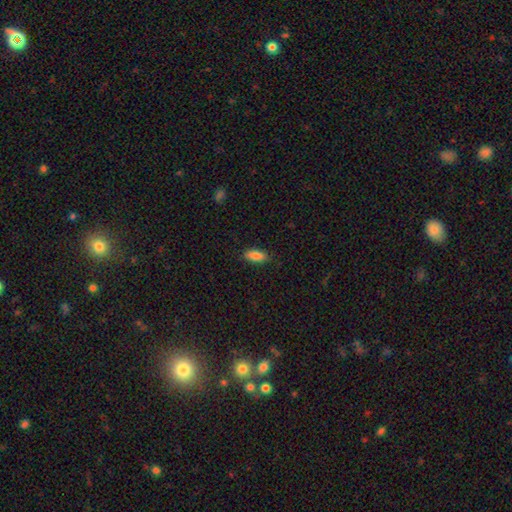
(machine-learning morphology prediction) Q: Smooth or featured?
A: smooth (83%); runner-up: featured or disk (10%)
Q: How rounded?
A: in between (79%); runner-up: cigar-shaped (19%)
Q: Merging?
A: none (86%); runner-up: minor disturbance (11%)